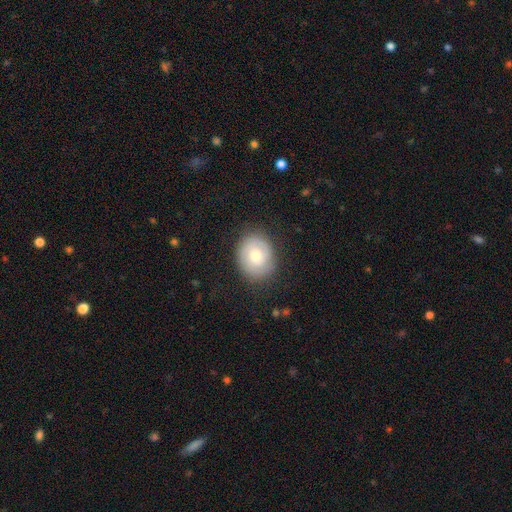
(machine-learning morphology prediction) Overall: smooth (49%; featured or disk 44%). Merging: none (81%).